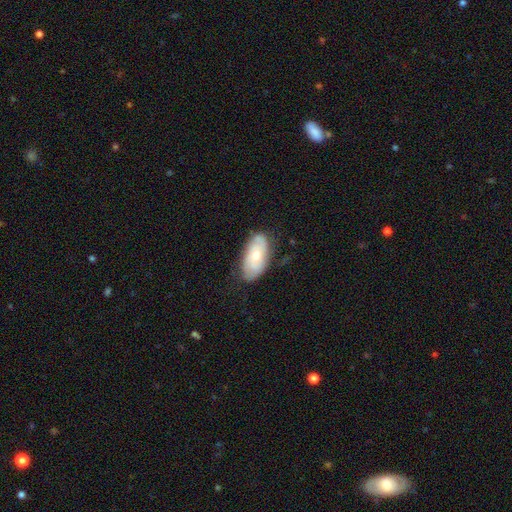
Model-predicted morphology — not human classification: type=featured or disk (50%); edge-on=no (91%); merging=none (73%).